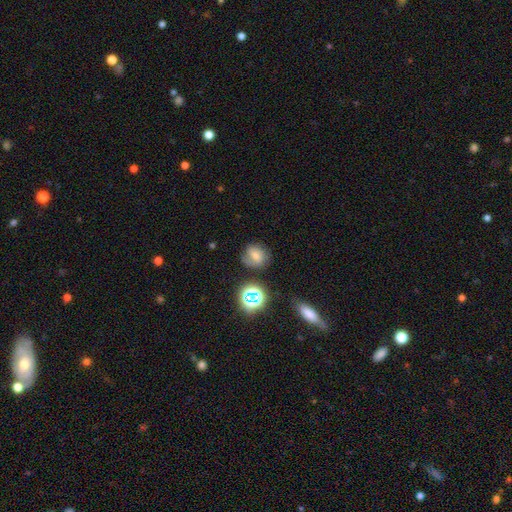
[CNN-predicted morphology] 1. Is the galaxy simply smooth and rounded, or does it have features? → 42% smooth, 31% featured or disk, 27% star or artifact.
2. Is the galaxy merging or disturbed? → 71% none, 18% minor disturbance, 7% major disturbance, 4% merger.